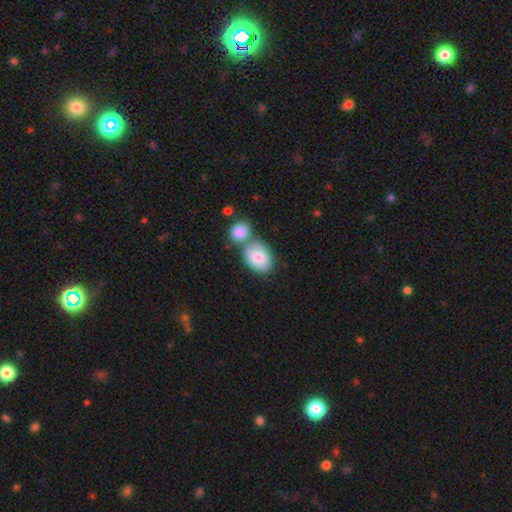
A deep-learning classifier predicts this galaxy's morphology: smooth-or-featured: smooth: 79% | featured or disk: 15% | star or artifact: 6%
  how-rounded: in between: 81% | round: 18% | cigar-shaped: 1%
  merging: merger: 43% | none: 40% | minor disturbance: 13% | major disturbance: 4%